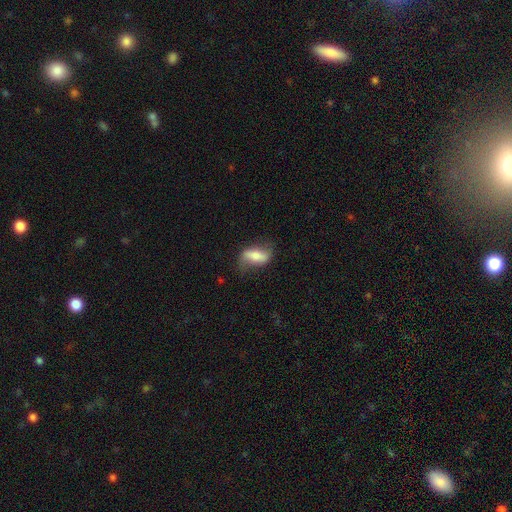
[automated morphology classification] Smooth or featured? smooth (47%)
Merging? none (64%)